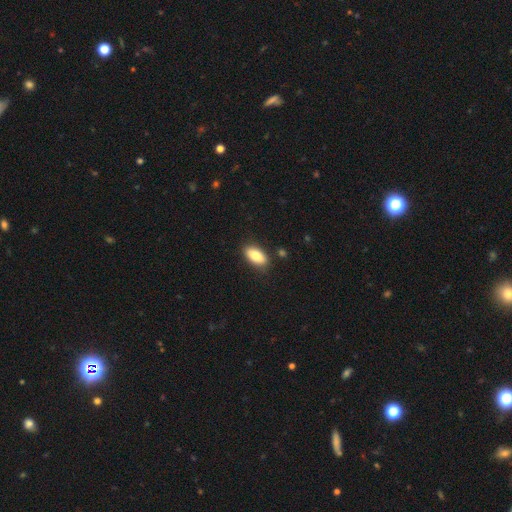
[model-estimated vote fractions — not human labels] A smooth galaxy with no disk features (83%) that is in between round and cigar-shaped (92%).

Vote fractions:
- Smooth or featured? smooth: 83% / featured or disk: 10% / star or artifact: 7%
- How rounded? in between: 92% / cigar-shaped: 5% / round: 3%
- Merging? none: 86% / minor disturbance: 10% / major disturbance: 2% / merger: 2%